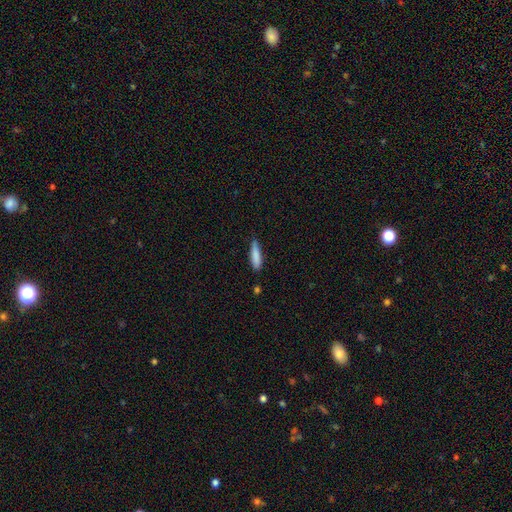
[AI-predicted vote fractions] A smooth galaxy with no disk features (84%) that is cigar-shaped (76%). Merging: none (78%).